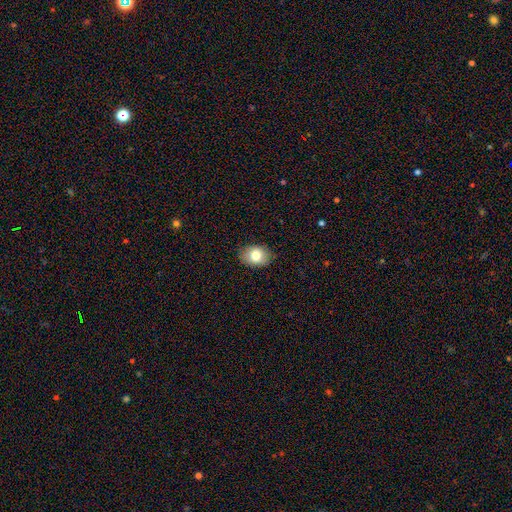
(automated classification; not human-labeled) The model was most divided on "how rounded": in between: 72%, round: 27%, cigar-shaped: 1%. More confident: merging — none (85%); smooth or featured — smooth (80%).